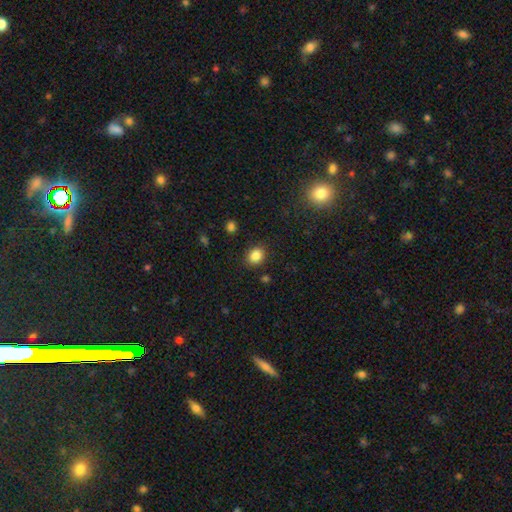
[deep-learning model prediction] A smooth galaxy with no disk features (85%) that is round (64%). Merging: none (87%).